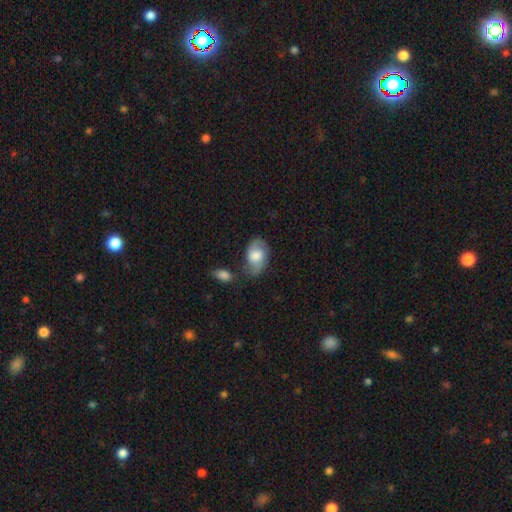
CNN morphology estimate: The model was most divided on "smooth or featured": smooth: 55%, featured or disk: 37%, star or artifact: 7%. More confident: how rounded — in between (88%); merging — none (53%).